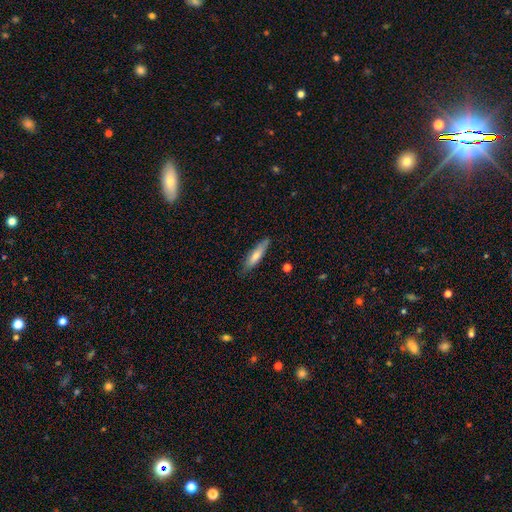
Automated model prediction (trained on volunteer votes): The model was most divided on "smooth or featured": smooth: 66%, featured or disk: 28%, star or artifact: 6%. More confident: merging — none (80%); how rounded — cigar-shaped (79%).